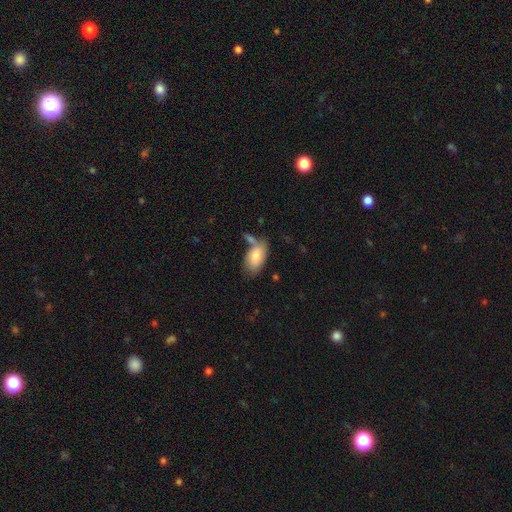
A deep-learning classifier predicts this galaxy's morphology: The model was most divided on "merging": none: 55%, merger: 20%, minor disturbance: 19%, major disturbance: 6%. More confident: how rounded — in between (93%); smooth or featured — smooth (78%).